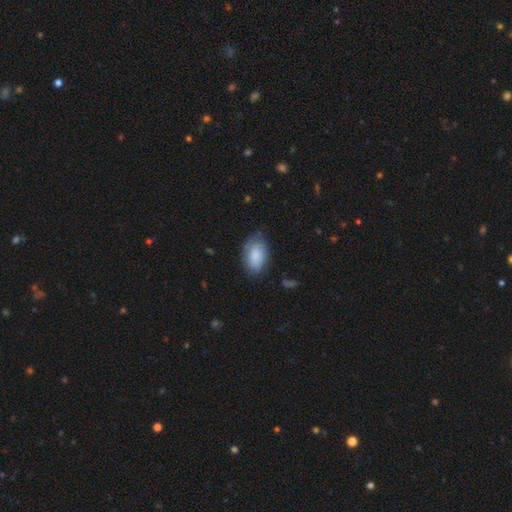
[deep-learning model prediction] The model was most divided on "merging": none: 71%, minor disturbance: 22%, major disturbance: 5%, merger: 2%. More confident: how rounded — in between (91%); smooth or featured — smooth (85%).